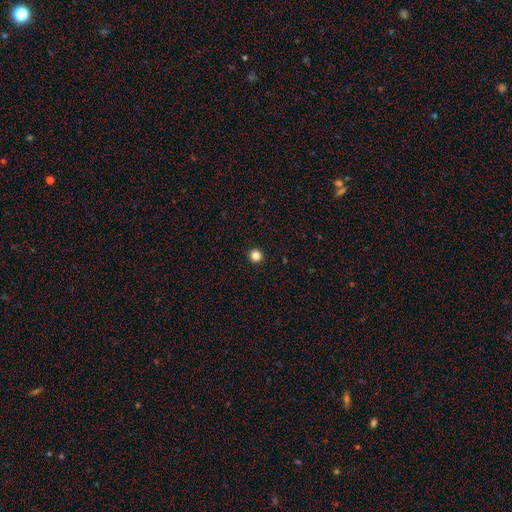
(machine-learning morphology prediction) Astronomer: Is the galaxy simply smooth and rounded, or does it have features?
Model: smooth — 84%.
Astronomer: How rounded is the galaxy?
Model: round — 96%.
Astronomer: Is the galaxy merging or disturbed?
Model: none — 94%.